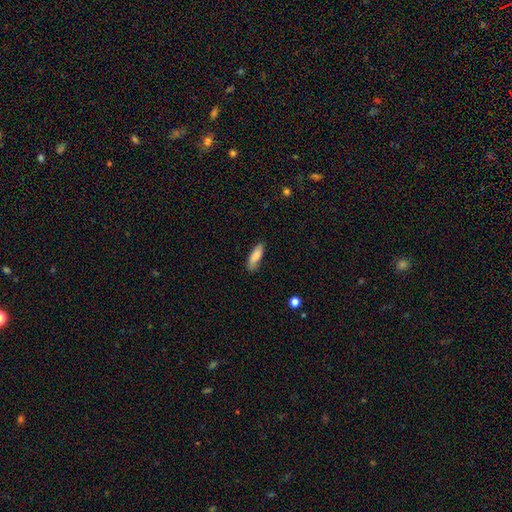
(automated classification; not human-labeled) Smooth or featured?
  - smooth: 84% *
  - featured or disk: 10%
  - star or artifact: 6%
How rounded?
  - in between: 58% *
  - cigar-shaped: 40%
  - round: 2%
Merging?
  - none: 78% *
  - minor disturbance: 17%
  - major disturbance: 3%
  - merger: 1%